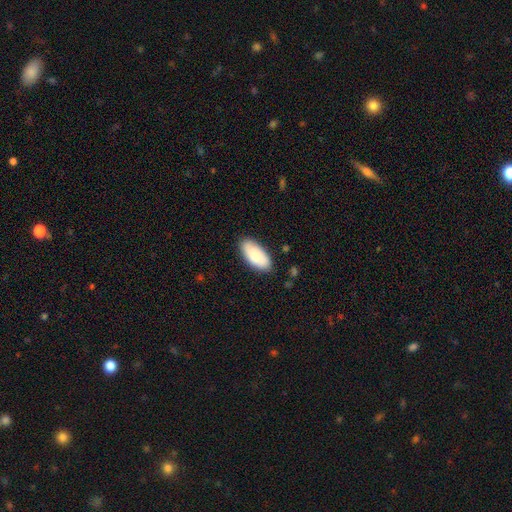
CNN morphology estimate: smooth-or-featured: smooth: 79% | featured or disk: 15% | star or artifact: 6%
  how-rounded: in between: 92% | cigar-shaped: 6% | round: 2%
  merging: none: 83% | minor disturbance: 13% | major disturbance: 3% | merger: 1%